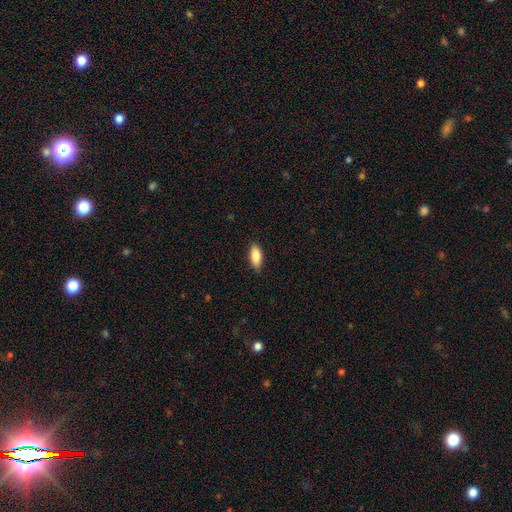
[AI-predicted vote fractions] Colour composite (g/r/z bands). It shows a smooth galaxy with no disk features (87%) that is in between round and cigar-shaped (85%). Merging: none (87%).